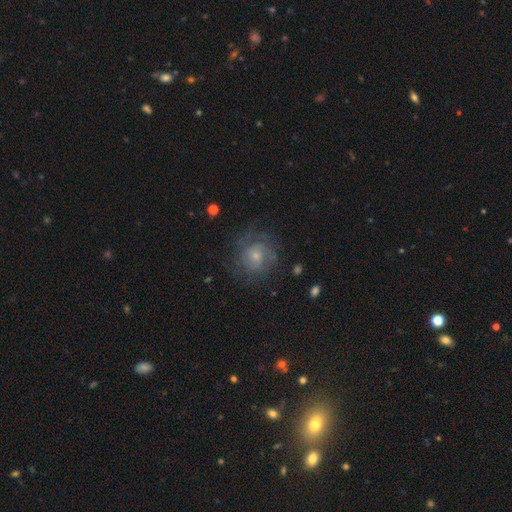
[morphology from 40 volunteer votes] Volunteers were most divided on "bulge size": small: 43%, moderate: 39%, none: 14%, large: 4%, dominant: 0%. More confident: edge-on disk — no (97%); spiral arms — yes (79%); smooth or featured — featured or disk (72%); bar — no (64%); spiral arm count — can't tell (59%); merging — none (56%); spiral winding — tight (50%).